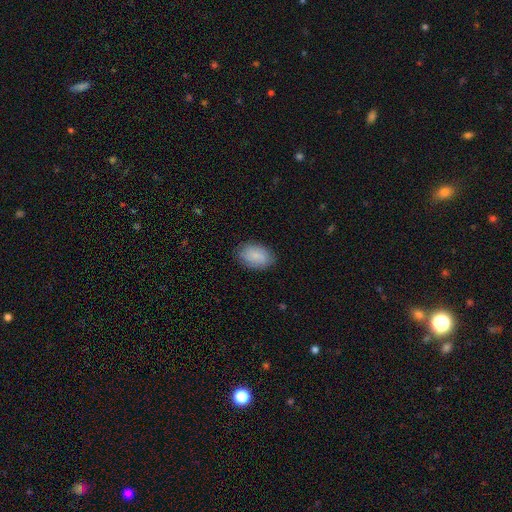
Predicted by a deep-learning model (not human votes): A smooth galaxy with no disk features (84%) that is in between round and cigar-shaped (86%). Merging: none (83%).